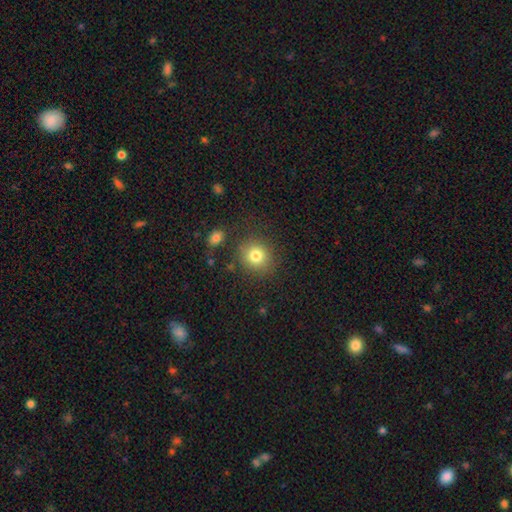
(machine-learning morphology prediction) This appears to be a smooth galaxy with no disk features (80%) that is round (87%). Merging: none (84%).